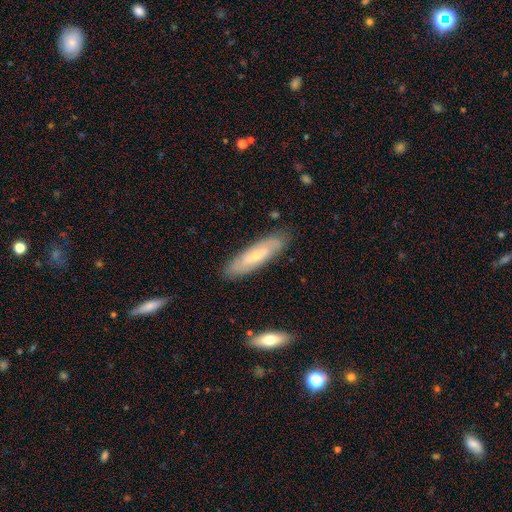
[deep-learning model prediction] This appears to be a featured or disk galaxy (54%). Merging: none (84%).